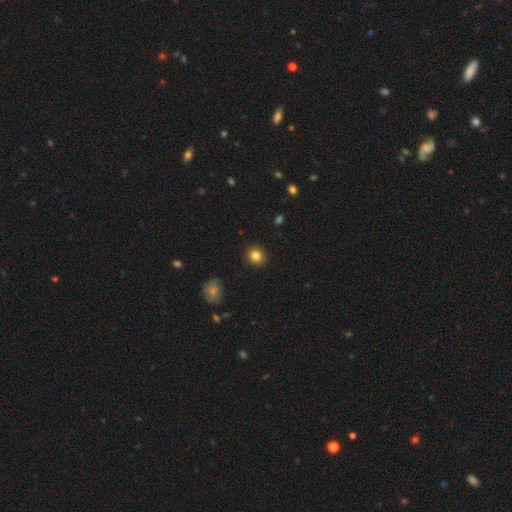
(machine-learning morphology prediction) A smooth galaxy with no disk features (84%) that is round (82%).

Vote fractions:
- Smooth or featured? smooth: 84% / star or artifact: 11% / featured or disk: 5%
- How rounded? round: 82% / in between: 17% / cigar-shaped: 1%
- Merging? none: 91% / minor disturbance: 6% / major disturbance: 2% / merger: 1%